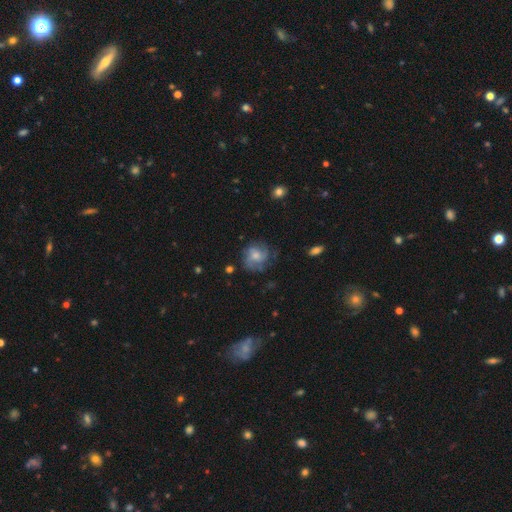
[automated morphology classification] Q: Smooth or featured?
A: featured or disk (53%); runner-up: smooth (39%)
Q: Edge-on disk?
A: no (97%); runner-up: yes (3%)
Q: Bar?
A: no (71%); runner-up: weak (26%)
Q: Spiral arms?
A: yes (81%); runner-up: no (19%)
Q: Bulge size?
A: moderate (48%); runner-up: small (36%)
Q: Merging?
A: none (65%); runner-up: minor disturbance (21%)